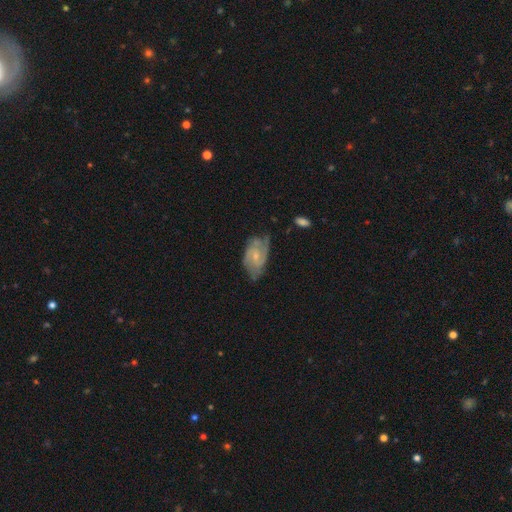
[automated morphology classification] smooth_or_featured: featured or disk (p=0.73) [alt: smooth p=0.21]
disk_edge_on: no (p=0.96) [alt: yes p=0.04]
bar: no (p=0.59) [alt: weak p=0.36]
has_spiral_arms: yes (p=0.89) [alt: no p=0.11]
spiral_winding: medium (p=0.45) [alt: tight p=0.38]
spiral_arm_count: 2 (p=0.48) [alt: can't tell p=0.26]
bulge_size: small (p=0.62) [alt: moderate p=0.30]
merging: none (p=0.55) [alt: minor disturbance p=0.30]